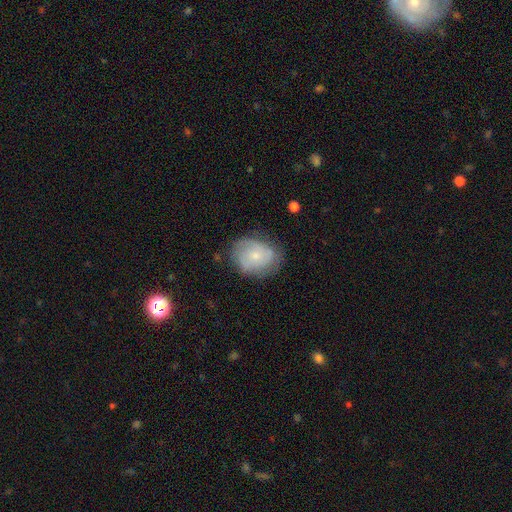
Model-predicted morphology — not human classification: This is possibly a featured or disk galaxy (53%). It is clearly not viewed edge-on (97%). Bar: likely no (74%). Spiral arm pattern: clearly yes (81%). Central bulge: likely small (62%). Merging: likely none (68%).